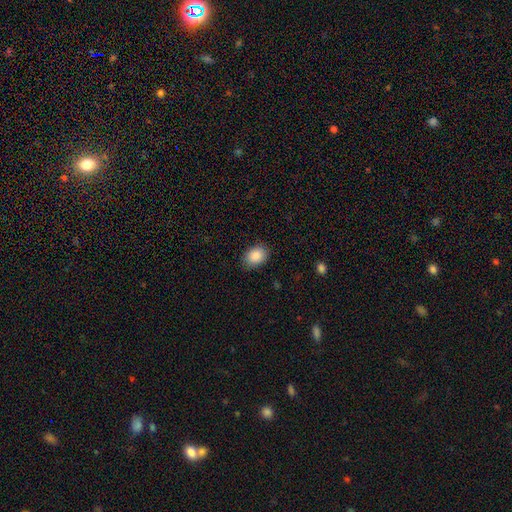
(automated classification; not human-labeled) Overall: smooth (89%). How rounded: in between (74%). Merging: none (86%).